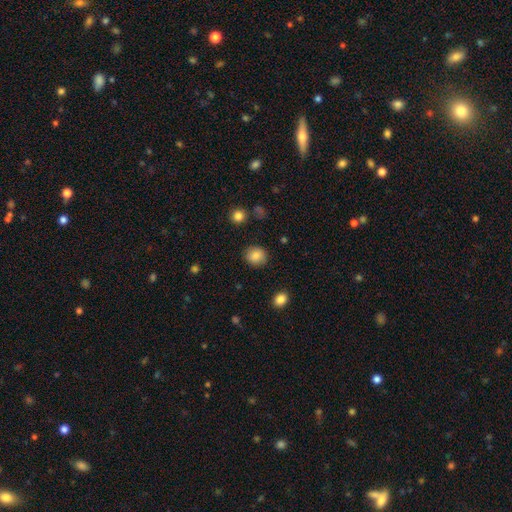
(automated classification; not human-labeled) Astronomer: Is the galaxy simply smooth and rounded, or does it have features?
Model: smooth — 85%.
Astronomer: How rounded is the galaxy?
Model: round — 81%.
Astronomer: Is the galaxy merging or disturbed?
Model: none — 88%.